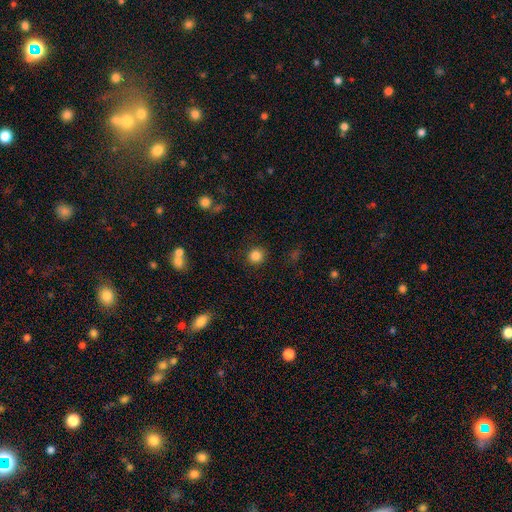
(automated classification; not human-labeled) Smooth or featured: smooth — 84% (star or artifact — 12%)
How rounded: round — 91% (in between — 8%)
Merging: none — 90% (minor disturbance — 6%)